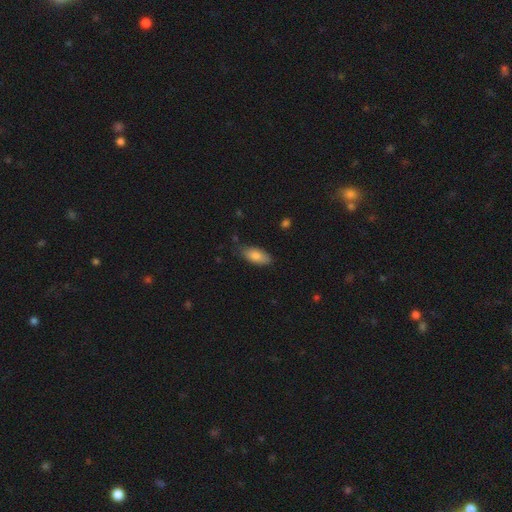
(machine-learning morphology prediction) smooth-or-featured: smooth: 83% | featured or disk: 10% | star or artifact: 7%
  how-rounded: in between: 87% | cigar-shaped: 10% | round: 2%
  merging: none: 74% | minor disturbance: 21% | major disturbance: 3% | merger: 2%